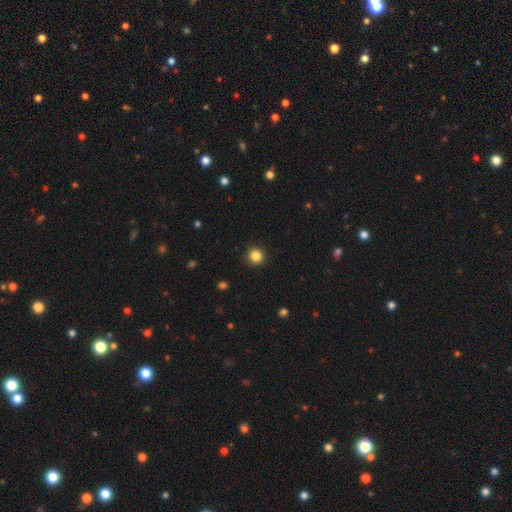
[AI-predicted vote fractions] This is clearly a smooth galaxy (85%). How rounded: clearly round (93%). Merging: clearly none (90%).